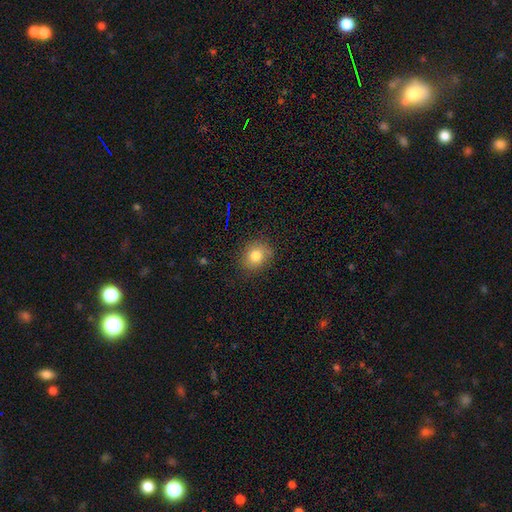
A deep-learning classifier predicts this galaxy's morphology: Smooth or featured? Predicted: smooth (p=0.79). How rounded? Predicted: round (p=0.69). Merging? Predicted: none (p=0.83).